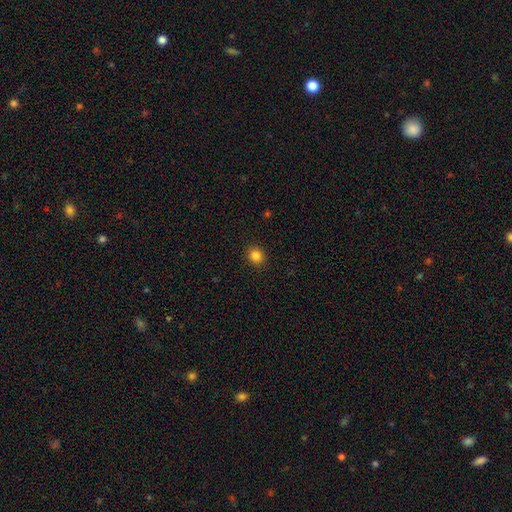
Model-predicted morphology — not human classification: type=smooth (84%); roundness=round (78%); merging=none (91%).